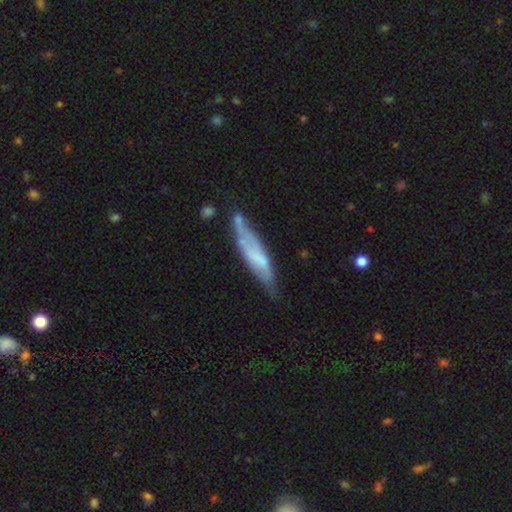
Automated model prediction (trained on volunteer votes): This is possibly a featured or disk galaxy (49%). Merging: possibly none (46%).